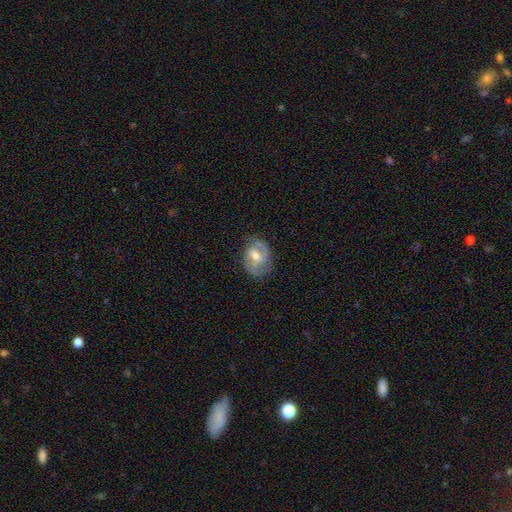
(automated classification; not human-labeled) Morphology: type=featured or disk (69%); edge-on=no (96%); bar=weak (53%); spiral arms=yes (84%); winding=medium (45%); arm count=2 (63%); bulge=moderate (59%); merging=none (63%).